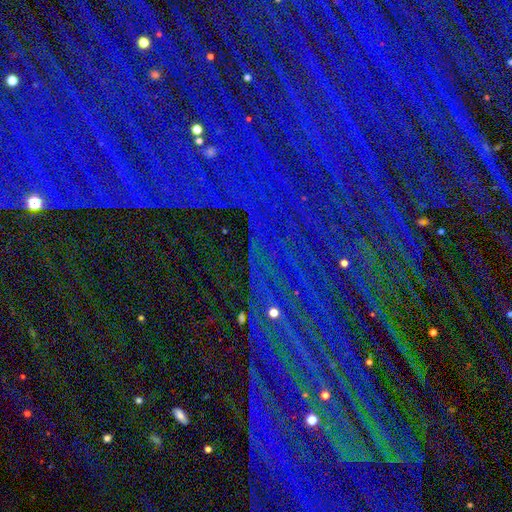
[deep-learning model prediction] Morphology: type=star or artifact (89%).